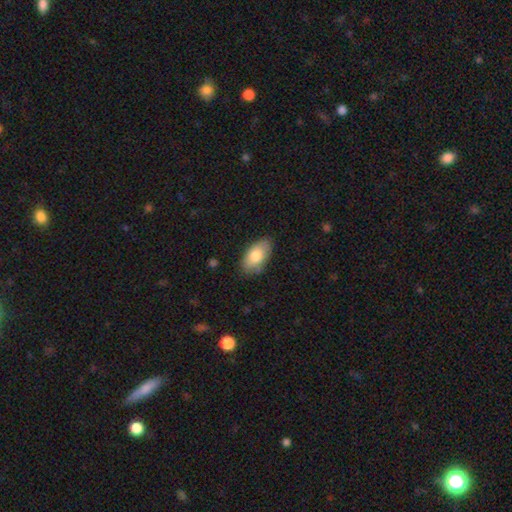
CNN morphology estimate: Smooth or featured? Predicted: smooth (p=0.79). How rounded? Predicted: in between (p=0.93). Merging? Predicted: none (p=0.81).